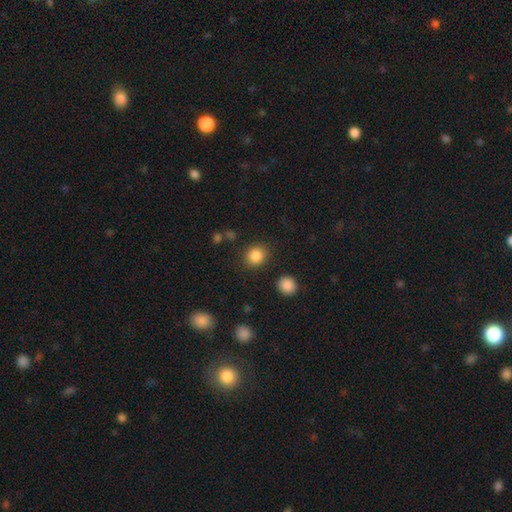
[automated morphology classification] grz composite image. It shows a smooth galaxy with no disk features (86%) that is round (79%). Merging: none (85%).